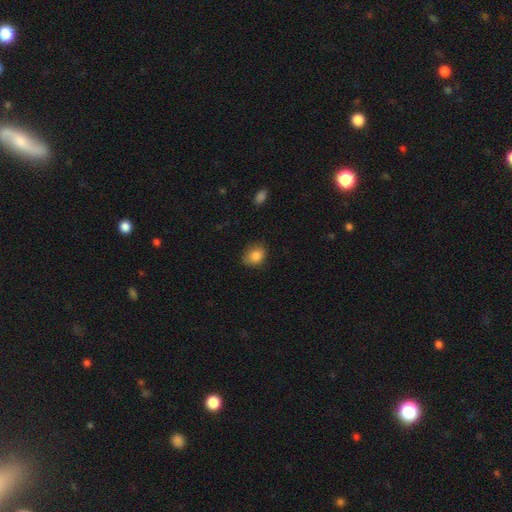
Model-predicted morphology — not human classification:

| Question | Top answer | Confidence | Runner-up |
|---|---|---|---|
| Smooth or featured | smooth | 86% | star or artifact (9%) |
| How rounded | in between | 55% | round (44%) |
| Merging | none | 73% | minor disturbance (22%) |